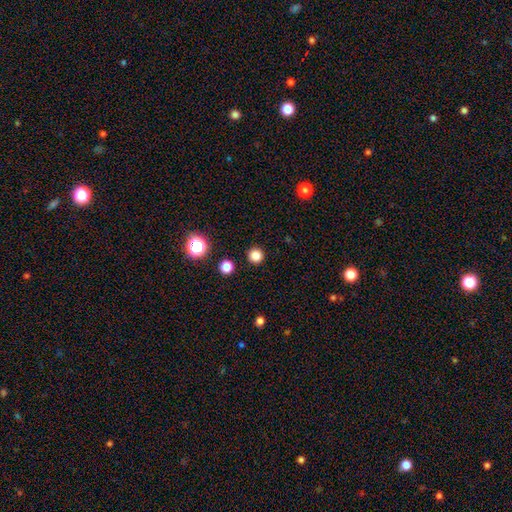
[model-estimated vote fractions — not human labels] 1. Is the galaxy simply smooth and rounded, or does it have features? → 83% smooth, 14% star or artifact, 3% featured or disk.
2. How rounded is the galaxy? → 96% round, 3% in between, 1% cigar-shaped.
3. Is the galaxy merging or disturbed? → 93% none, 4% minor disturbance, 2% major disturbance, 1% merger.